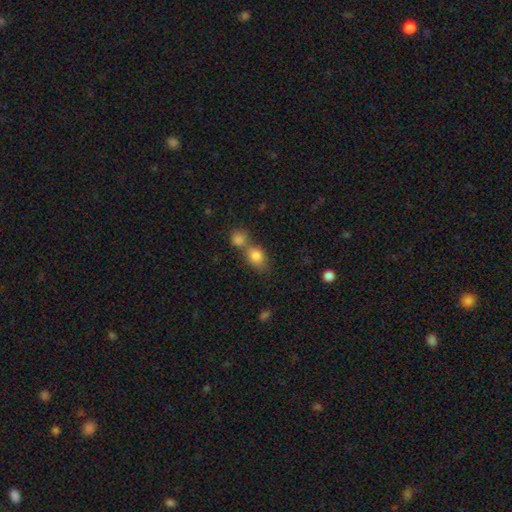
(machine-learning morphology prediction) Overall: smooth (82%). How rounded: in between (61%; round 37%). Merging: merger (49%; none 39%).